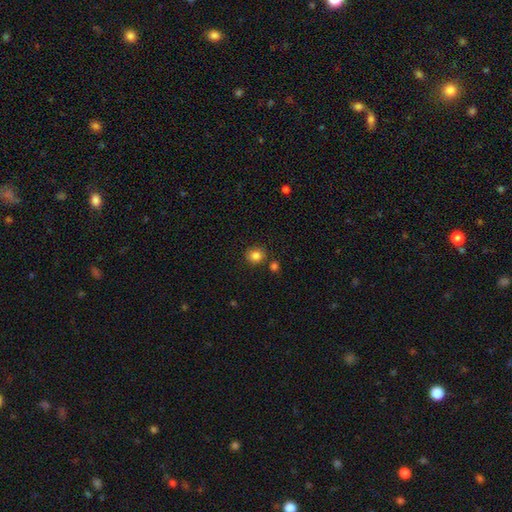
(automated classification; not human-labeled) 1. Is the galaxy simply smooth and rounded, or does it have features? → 85% smooth, 11% star or artifact, 4% featured or disk.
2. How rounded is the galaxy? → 86% round, 14% in between, 1% cigar-shaped.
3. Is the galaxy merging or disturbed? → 82% none, 8% minor disturbance, 7% merger, 3% major disturbance.